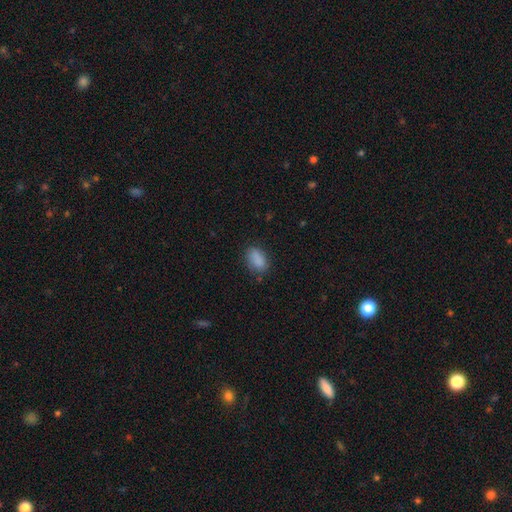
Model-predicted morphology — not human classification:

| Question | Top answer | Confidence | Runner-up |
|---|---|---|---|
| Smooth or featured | smooth | 84% | star or artifact (10%) |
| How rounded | in between | 87% | round (9%) |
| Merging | none | 79% | minor disturbance (16%) |